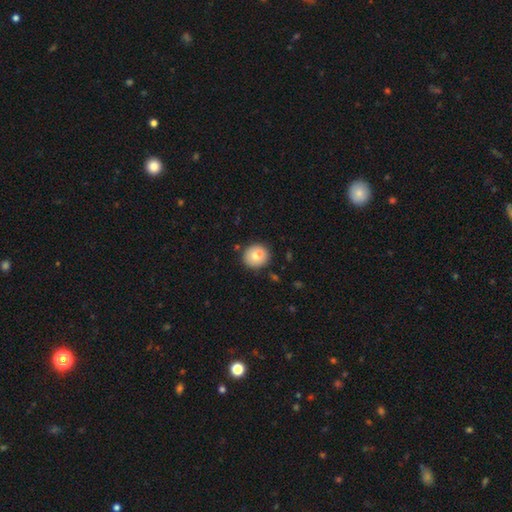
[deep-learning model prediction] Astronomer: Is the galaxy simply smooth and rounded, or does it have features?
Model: smooth — 77%.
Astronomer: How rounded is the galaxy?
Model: round — 80%.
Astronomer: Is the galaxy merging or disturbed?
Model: none — 81%.